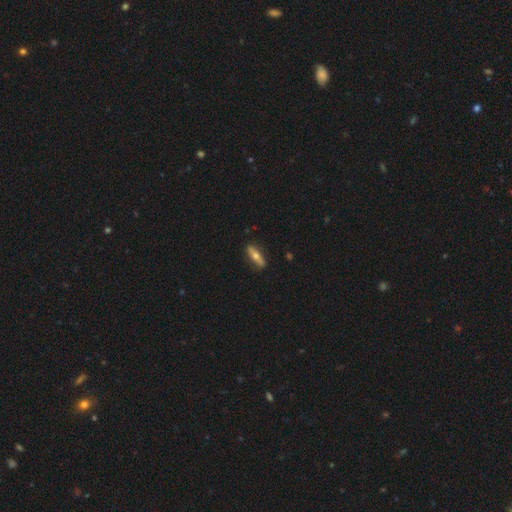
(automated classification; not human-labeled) Smooth or featured: smooth — 48% (featured or disk — 45%)
Merging: none — 86% (minor disturbance — 11%)